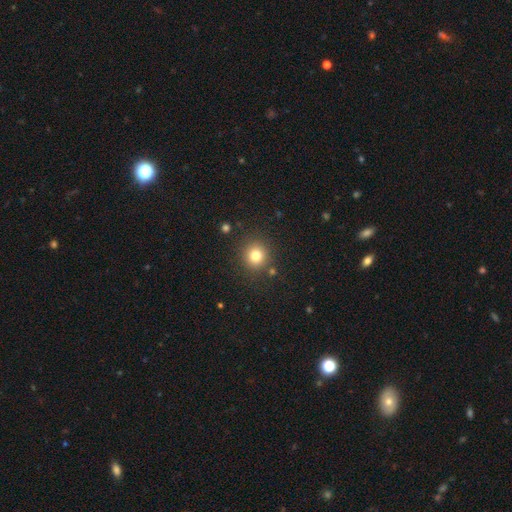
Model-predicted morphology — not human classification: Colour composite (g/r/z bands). It shows a smooth galaxy with no disk features (80%) that is round (92%). Merging: none (86%).